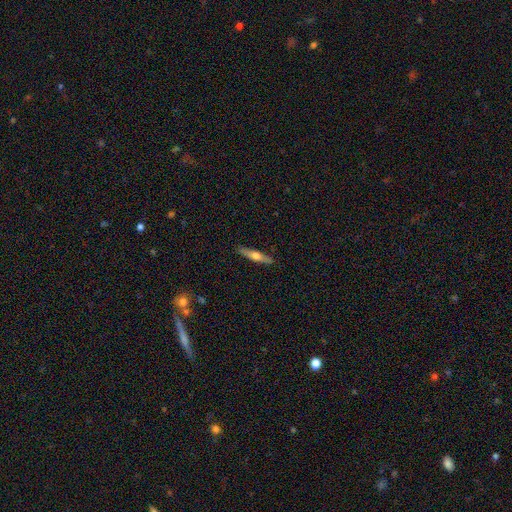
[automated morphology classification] Smooth or featured? Predicted: featured or disk (p=0.55). Edge-on disk? Predicted: yes (p=0.95). Edge-on bulge? Predicted: rounded (p=0.92). Merging? Predicted: none (p=0.89).